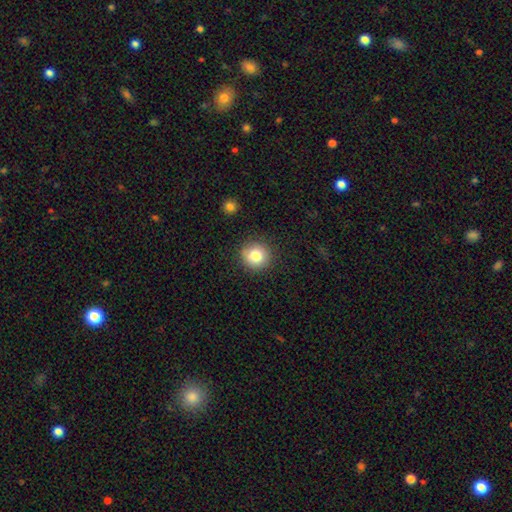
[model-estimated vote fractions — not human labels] The model was most divided on "smooth or featured": smooth: 81%, star or artifact: 10%, featured or disk: 9%. More confident: how rounded — round (92%); merging — none (88%).